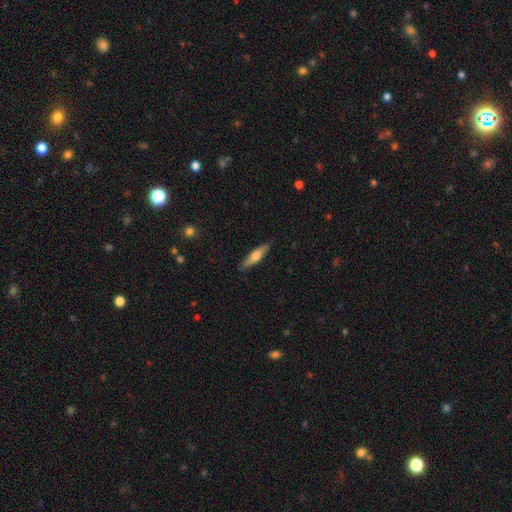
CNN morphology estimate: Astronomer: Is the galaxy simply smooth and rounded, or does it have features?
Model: smooth — 57% (runner-up: featured or disk, 38%).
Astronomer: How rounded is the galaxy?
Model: cigar-shaped — 77%.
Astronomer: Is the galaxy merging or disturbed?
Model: none — 88%.